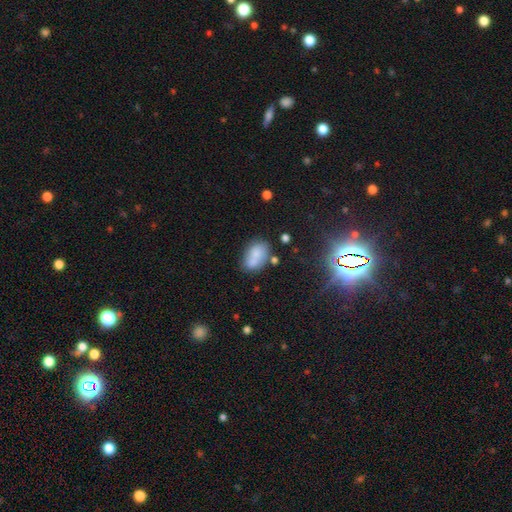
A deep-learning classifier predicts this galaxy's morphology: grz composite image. It shows a smooth galaxy with no disk features (74%) that is in between round and cigar-shaped (86%). Merging: none (47%).